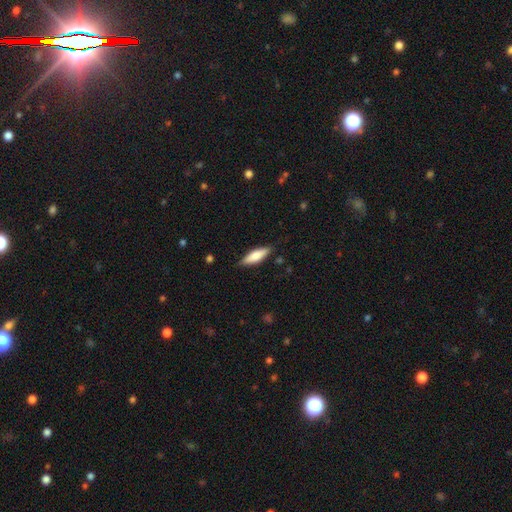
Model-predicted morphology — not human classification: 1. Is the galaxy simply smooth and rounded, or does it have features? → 66% smooth, 28% featured or disk, 6% star or artifact.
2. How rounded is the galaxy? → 53% cigar-shaped, 46% in between, 2% round.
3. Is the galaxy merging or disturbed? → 84% none, 13% minor disturbance, 2% major disturbance, 1% merger.